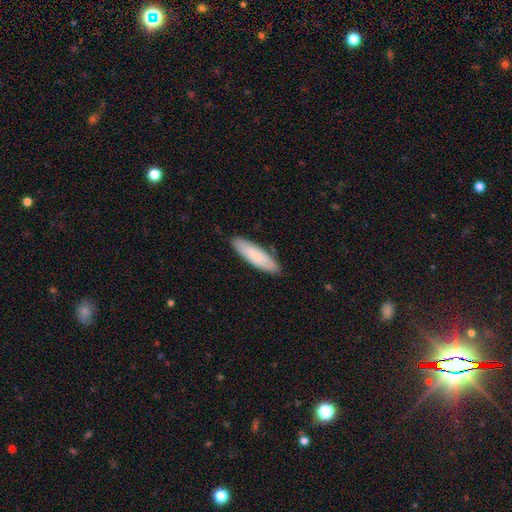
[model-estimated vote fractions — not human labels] A smooth galaxy with no disk features (80%) that is cigar-shaped (61%). Merging: none (87%).